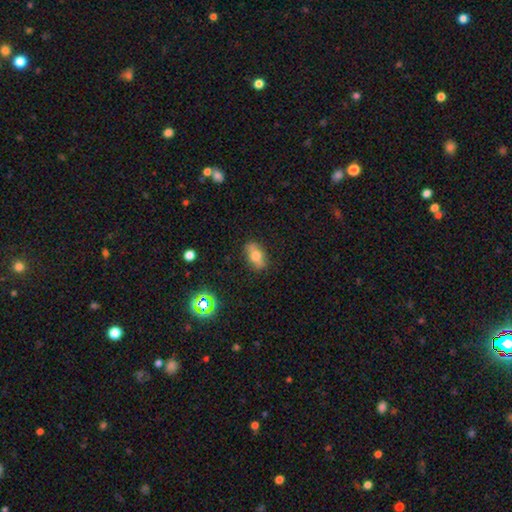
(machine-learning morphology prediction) Overall: smooth (59%; featured or disk 30%). How rounded: in between (79%). Merging: none (82%).